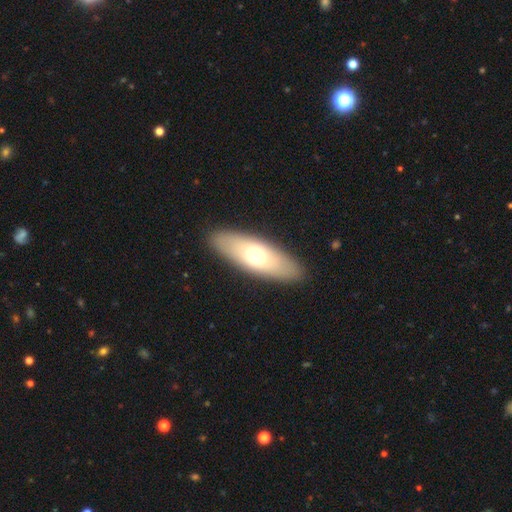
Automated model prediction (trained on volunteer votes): smooth_or_featured: smooth (p=0.64) [alt: featured or disk p=0.30]
how_rounded: in between (p=0.70) [alt: cigar-shaped p=0.28]
merging: none (p=0.89) [alt: minor disturbance p=0.07]